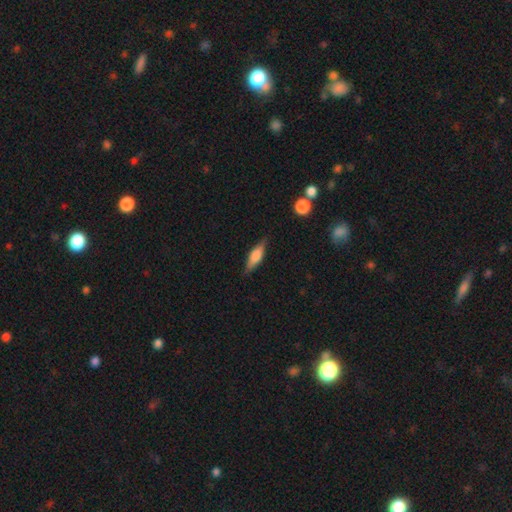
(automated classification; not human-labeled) The model was most divided on "how rounded": cigar-shaped: 53%, in between: 44%, round: 3%. More confident: merging — none (83%); smooth or featured — smooth (53%).